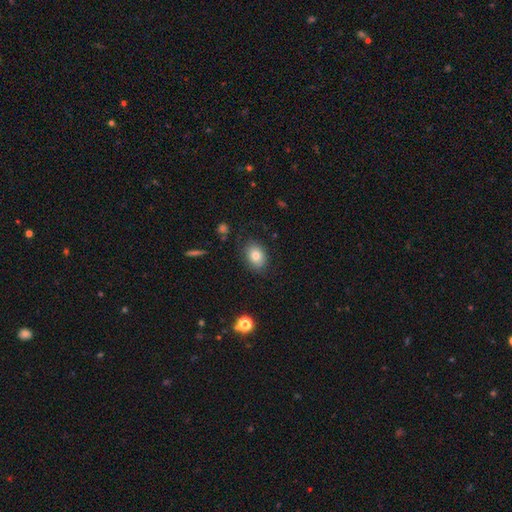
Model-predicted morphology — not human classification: A smooth galaxy with no disk features (80%) that is in between round and cigar-shaped (69%). Merging: none (82%).